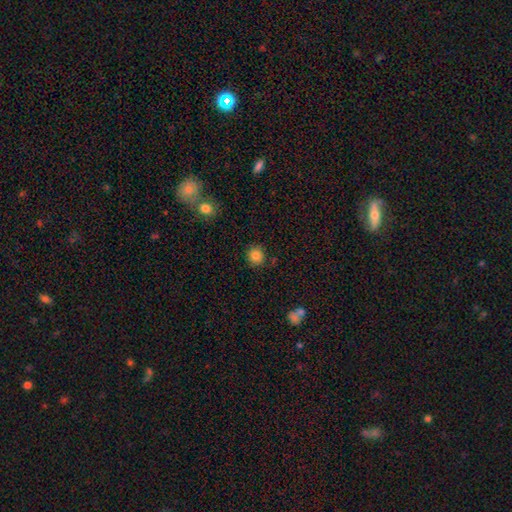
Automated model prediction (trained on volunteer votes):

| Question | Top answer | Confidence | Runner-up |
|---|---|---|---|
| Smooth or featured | smooth | 84% | star or artifact (11%) |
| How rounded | round | 90% | in between (9%) |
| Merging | none | 87% | minor disturbance (8%) |